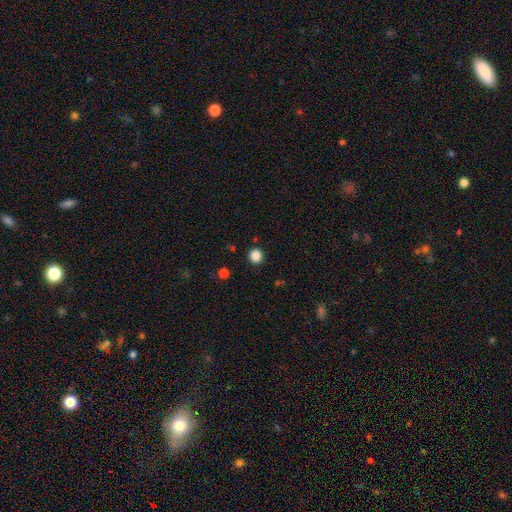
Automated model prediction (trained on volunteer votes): The model was most divided on "smooth or featured": smooth: 85%, star or artifact: 12%, featured or disk: 3%. More confident: how rounded — round (95%); merging — none (92%).